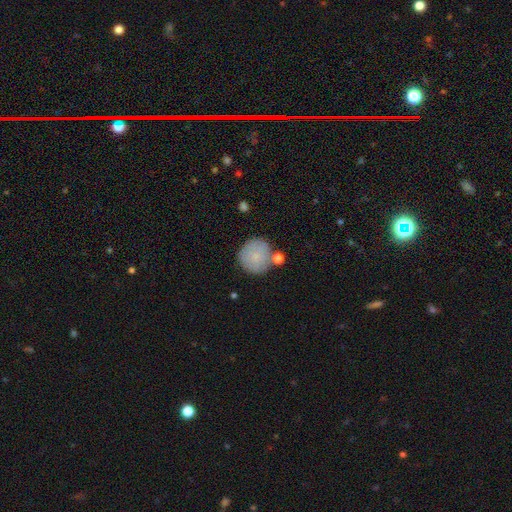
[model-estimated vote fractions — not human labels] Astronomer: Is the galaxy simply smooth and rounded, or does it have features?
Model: smooth — 76%.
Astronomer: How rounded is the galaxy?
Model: round — 94%.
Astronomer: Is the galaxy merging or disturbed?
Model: none — 68%.